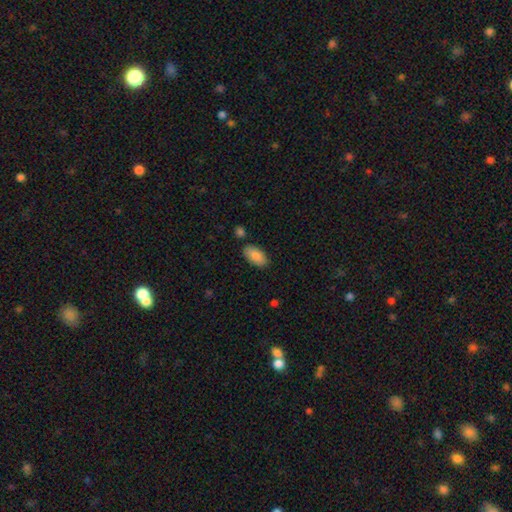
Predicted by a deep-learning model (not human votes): Morphology: type=smooth (87%); roundness=in between (94%); merging=none (83%).